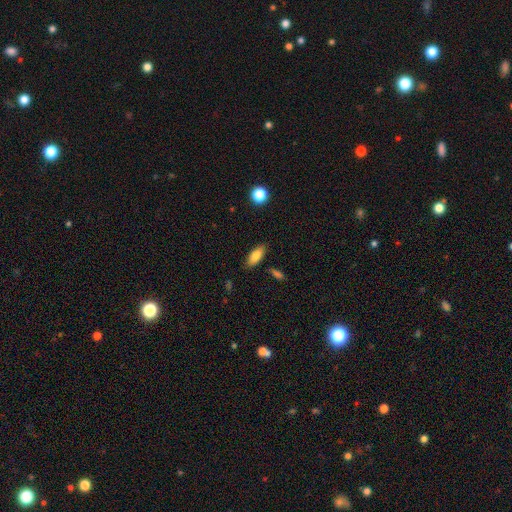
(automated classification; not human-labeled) A smooth galaxy with no disk features (81%) that is in between round and cigar-shaped (82%).

Vote fractions:
- Smooth or featured? smooth: 81% / featured or disk: 12% / star or artifact: 7%
- How rounded? in between: 82% / cigar-shaped: 15% / round: 3%
- Merging? none: 84% / minor disturbance: 11% / major disturbance: 2% / merger: 2%